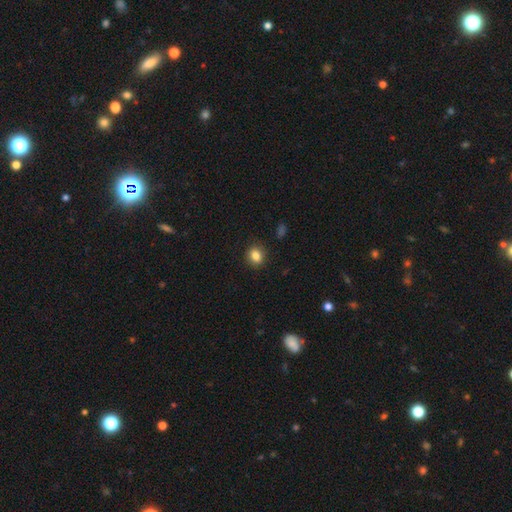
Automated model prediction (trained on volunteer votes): A smooth galaxy with no disk features (84%) that is round (59%).

Vote fractions:
- Smooth or featured? smooth: 84% / star or artifact: 10% / featured or disk: 6%
- How rounded? round: 59% / in between: 40% / cigar-shaped: 1%
- Merging? none: 88% / minor disturbance: 9% / major disturbance: 2% / merger: 1%